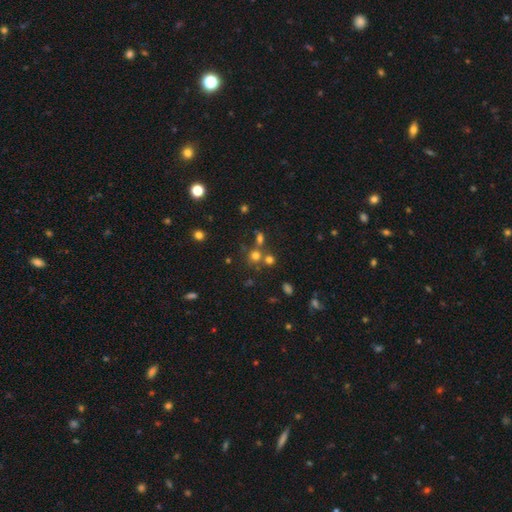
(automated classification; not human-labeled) Smooth or featured?
  - smooth: 66% *
  - star or artifact: 24%
  - featured or disk: 11%
How rounded?
  - round: 86% *
  - in between: 13%
  - cigar-shaped: 1%
Merging?
  - none: 59% *
  - merger: 28%
  - minor disturbance: 9%
  - major disturbance: 4%